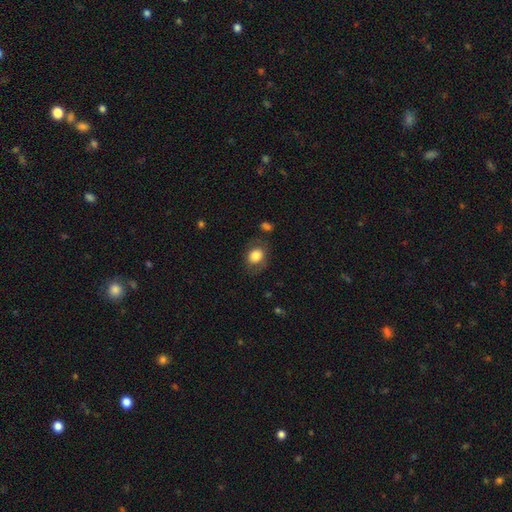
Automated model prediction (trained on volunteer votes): Smooth or featured? smooth (80%)
How rounded? in between (51%)
Merging? none (72%)